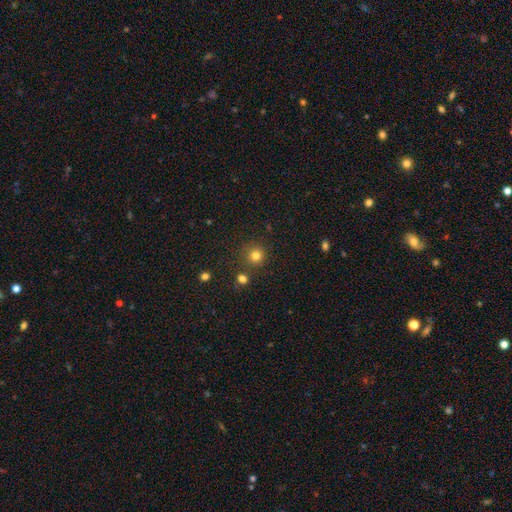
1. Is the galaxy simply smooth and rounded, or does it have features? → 92% smooth, 8% star or artifact, 0% featured or disk.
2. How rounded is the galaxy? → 100% round, 0% in between, 0% cigar-shaped.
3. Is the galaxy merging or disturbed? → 86% none, 8% major disturbance, 6% minor disturbance, 0% merger.